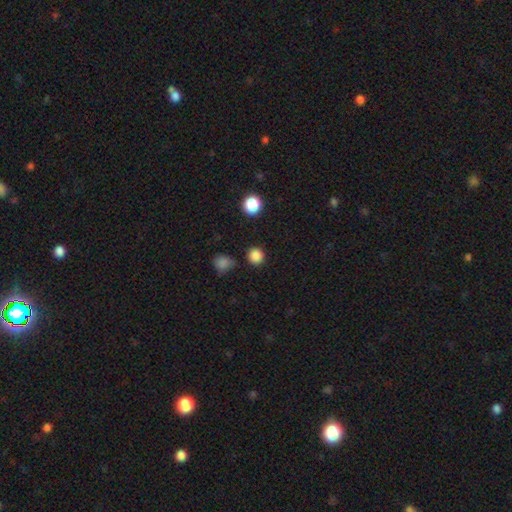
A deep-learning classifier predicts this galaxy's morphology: A smooth galaxy with no disk features (84%) that is round (93%). Merging: none (87%).